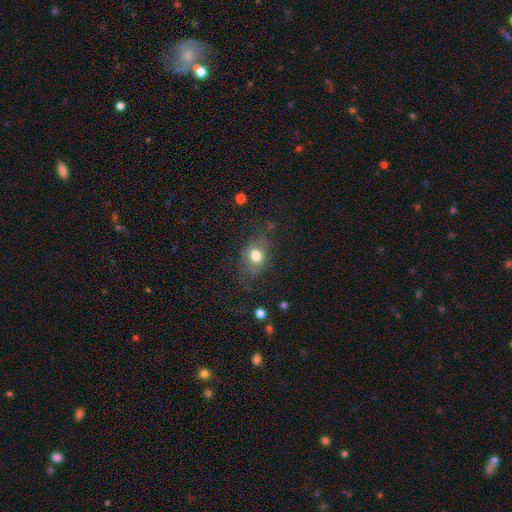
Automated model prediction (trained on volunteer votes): Morphology: type=smooth (74%); roundness=in between (58%); merging=none (68%).